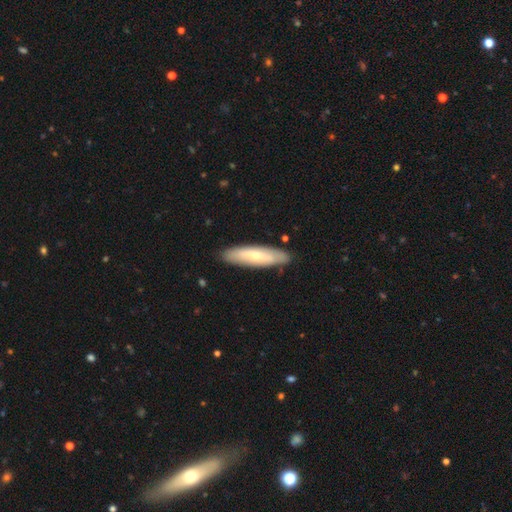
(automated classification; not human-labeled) smooth-or-featured: smooth: 55% | featured or disk: 40% | star or artifact: 5%
  how-rounded: cigar-shaped: 65% | in between: 33% | round: 2%
  merging: none: 86% | minor disturbance: 11% | major disturbance: 2% | merger: 1%